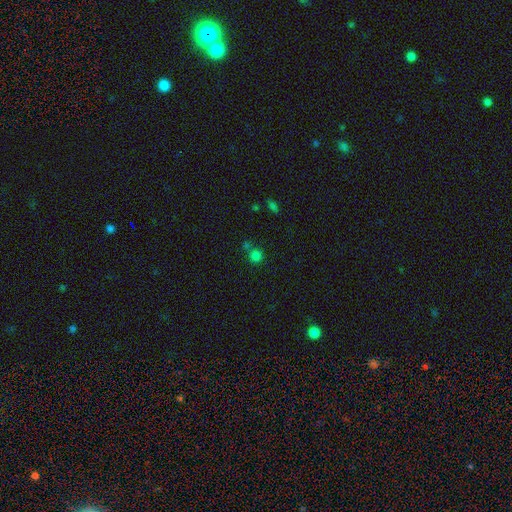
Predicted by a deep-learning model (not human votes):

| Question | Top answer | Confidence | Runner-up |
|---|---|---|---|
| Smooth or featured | smooth | 76% | star or artifact (19%) |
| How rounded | round | 91% | in between (8%) |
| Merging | none | 63% | merger (24%) |